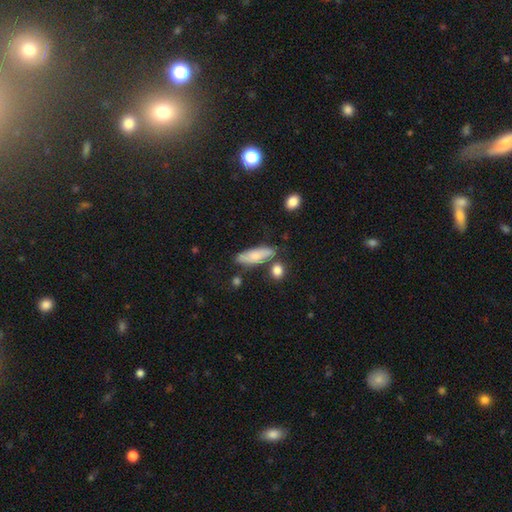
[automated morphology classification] Smooth or featured: smooth — 74% (featured or disk — 20%)
How rounded: in between — 53% (cigar-shaped — 45%)
Merging: none — 68% (minor disturbance — 18%)